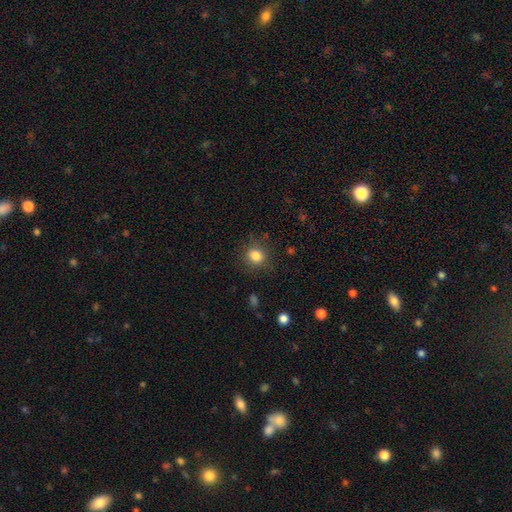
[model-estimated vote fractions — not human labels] Morphology: type=smooth (84%); roundness=round (80%); merging=none (83%).